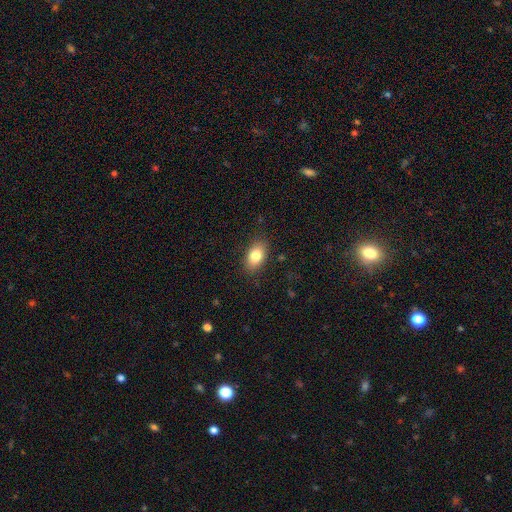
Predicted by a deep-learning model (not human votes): This appears to be a smooth galaxy with no disk features (82%) that is in between round and cigar-shaped (88%). Merging: none (85%).